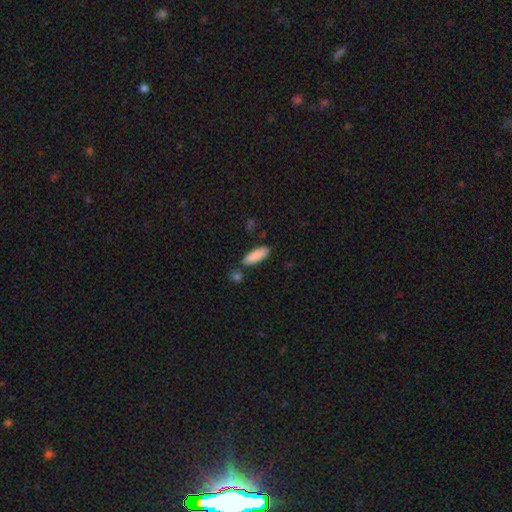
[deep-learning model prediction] Morphology: type=smooth (88%); roundness=in between (59%); merging=none (79%).